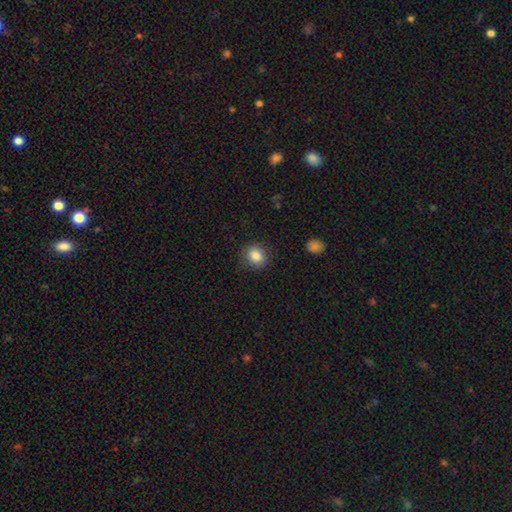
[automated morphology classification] Smooth or featured?
  - smooth: 86% *
  - star or artifact: 9%
  - featured or disk: 4%
How rounded?
  - round: 71% *
  - in between: 28%
  - cigar-shaped: 1%
Merging?
  - none: 86% *
  - minor disturbance: 10%
  - major disturbance: 3%
  - merger: 1%